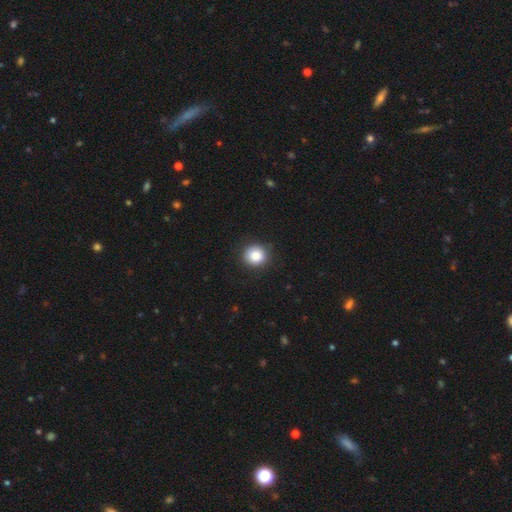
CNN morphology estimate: A smooth galaxy with no disk features (85%) that is round (90%). Merging: none (89%).